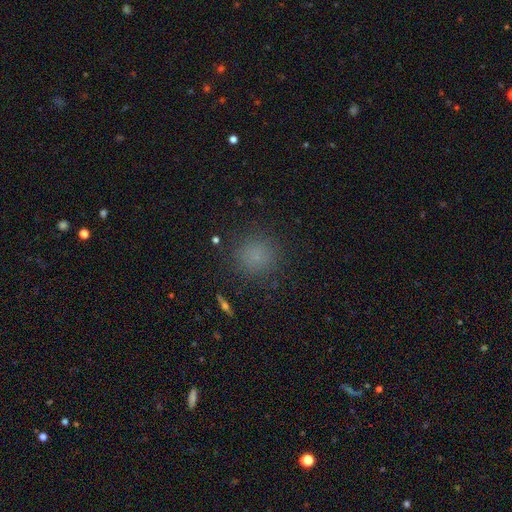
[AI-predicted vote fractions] This appears to be a smooth galaxy with no disk features (75%) that is round (92%). Merging: none (87%).